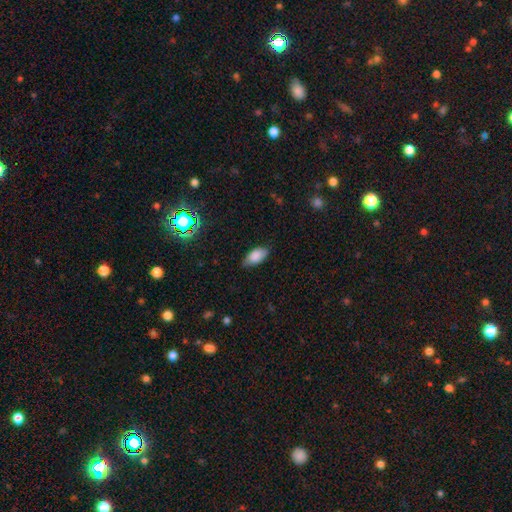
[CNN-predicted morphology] Smooth or featured: smooth — 83% (featured or disk — 9%)
How rounded: in between — 92% (cigar-shaped — 5%)
Merging: none — 78% (minor disturbance — 18%)